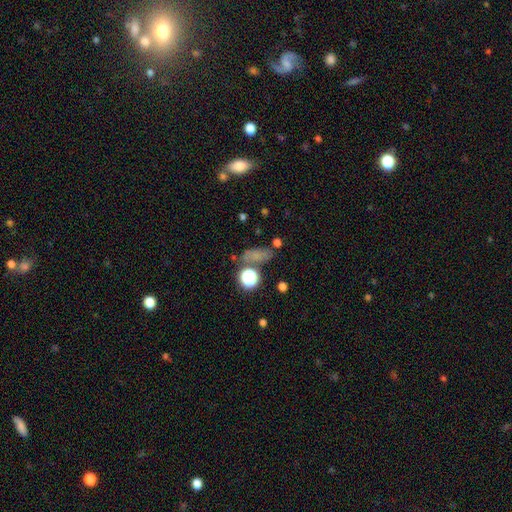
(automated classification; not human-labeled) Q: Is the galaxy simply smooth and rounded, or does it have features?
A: smooth — 48%.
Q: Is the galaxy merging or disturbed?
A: none — 63%.